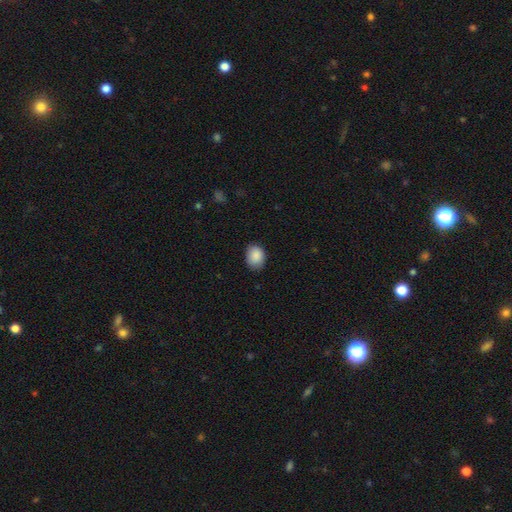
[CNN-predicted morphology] A smooth galaxy with no disk features (88%) that is in between round and cigar-shaped (59%). Merging: none (77%).